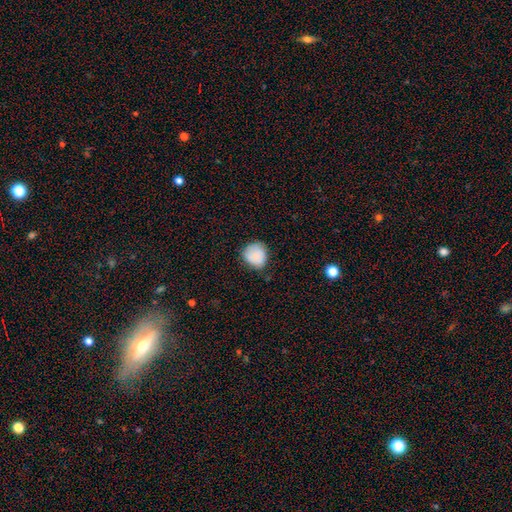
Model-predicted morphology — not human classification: Smooth or featured?
  - smooth: 83% *
  - featured or disk: 10%
  - star or artifact: 8%
How rounded?
  - round: 79% *
  - in between: 20%
  - cigar-shaped: 1%
Merging?
  - none: 67% *
  - minor disturbance: 27%
  - major disturbance: 5%
  - merger: 1%